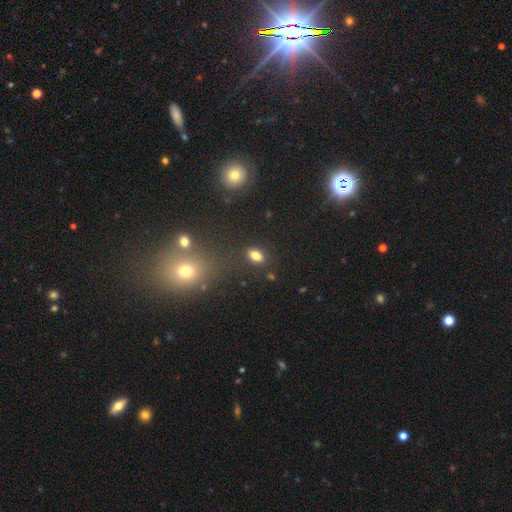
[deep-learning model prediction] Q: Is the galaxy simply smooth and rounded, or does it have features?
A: smooth — 81%.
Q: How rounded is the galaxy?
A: in between — 86%.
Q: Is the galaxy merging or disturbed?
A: none — 83%.